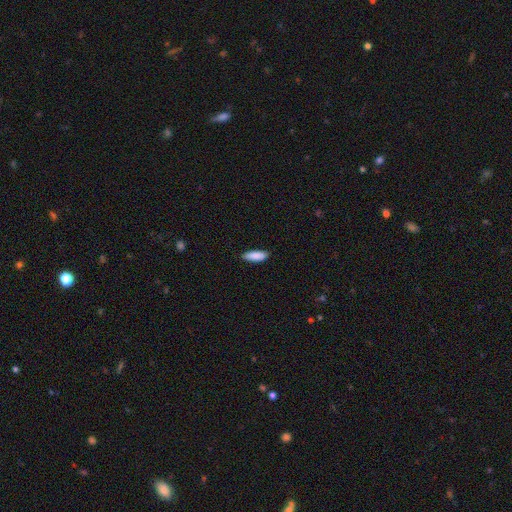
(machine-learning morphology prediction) Q: Smooth or featured?
A: smooth (88%); runner-up: featured or disk (6%)
Q: How rounded?
A: in between (65%); runner-up: cigar-shaped (34%)
Q: Merging?
A: none (84%); runner-up: minor disturbance (13%)